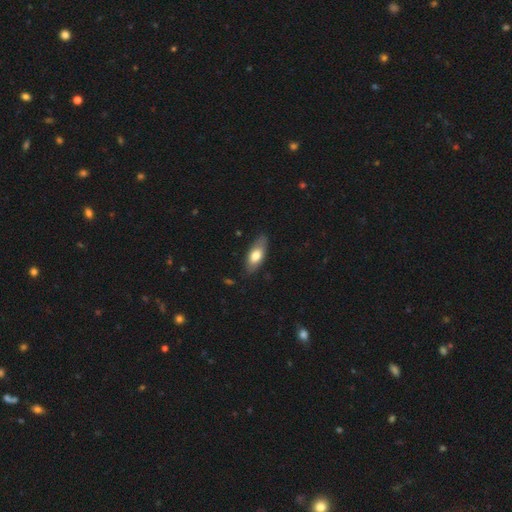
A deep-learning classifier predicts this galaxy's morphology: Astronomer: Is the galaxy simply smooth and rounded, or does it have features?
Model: smooth — 70%.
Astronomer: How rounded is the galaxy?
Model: in between — 81%.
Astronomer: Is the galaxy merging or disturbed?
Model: none — 79%.